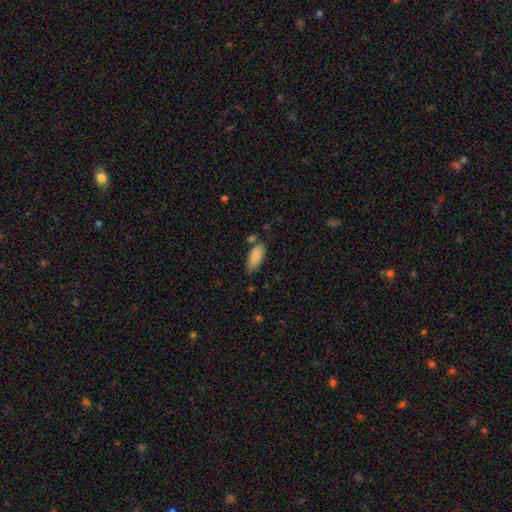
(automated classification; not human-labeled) smooth_or_featured: smooth (p=0.87) [alt: star or artifact p=0.07]
how_rounded: in between (p=0.82) [alt: cigar-shaped p=0.16]
merging: none (p=0.68) [alt: minor disturbance p=0.19]